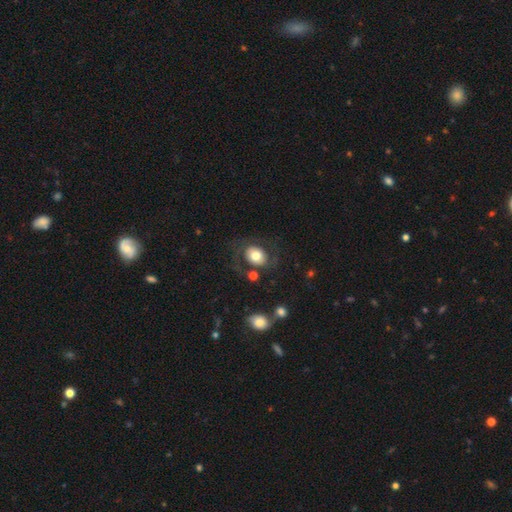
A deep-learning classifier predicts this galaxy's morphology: Q: Smooth or featured?
A: smooth (60%); runner-up: featured or disk (33%)
Q: How rounded?
A: in between (54%); runner-up: round (45%)
Q: Merging?
A: none (65%); runner-up: major disturbance (16%)